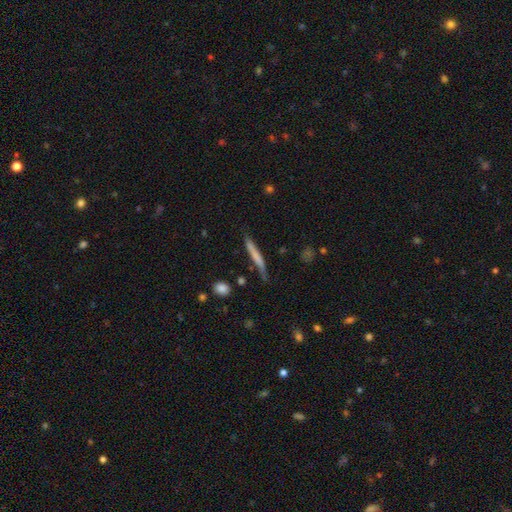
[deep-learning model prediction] The model was most divided on "smooth or featured": smooth: 62%, featured or disk: 32%, star or artifact: 6%. More confident: how rounded — cigar-shaped (95%); merging — none (77%).